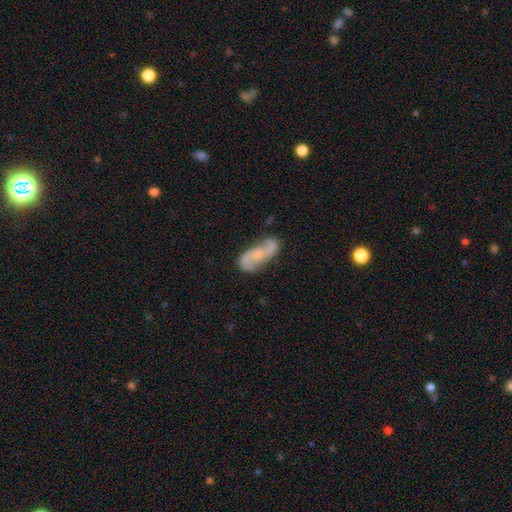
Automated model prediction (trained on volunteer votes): This appears to be a featured or disk galaxy (79%) with no bar (57%), 2 (91%) loose (52%) spiral arms (94%) and a small central bulge (51%). Merging: none (71%).